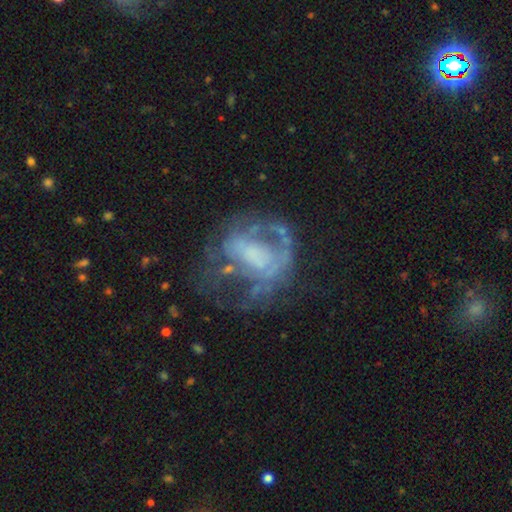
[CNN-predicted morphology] The model was most divided on "merging": none: 41%, major disturbance: 35%, minor disturbance: 19%, merger: 4%. Remaining: edge-on disk — no (97%); smooth or featured — featured or disk (71%); bar — no (67%); spiral arms — no (54%); bulge size — none (38%).